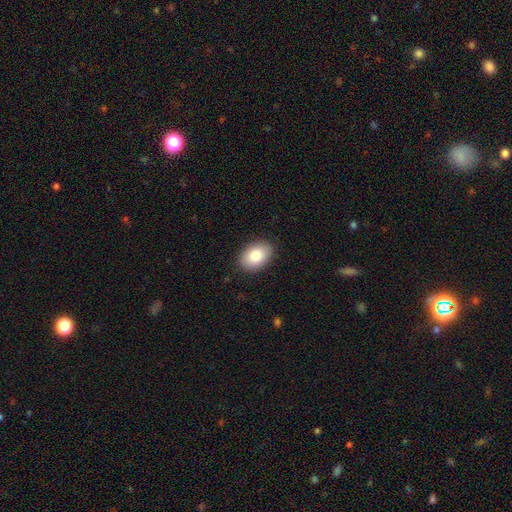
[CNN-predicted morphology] smooth_or_featured: smooth (p=0.85) [alt: featured or disk p=0.08]
how_rounded: in between (p=0.85) [alt: round p=0.14]
merging: none (p=0.89) [alt: minor disturbance p=0.08]